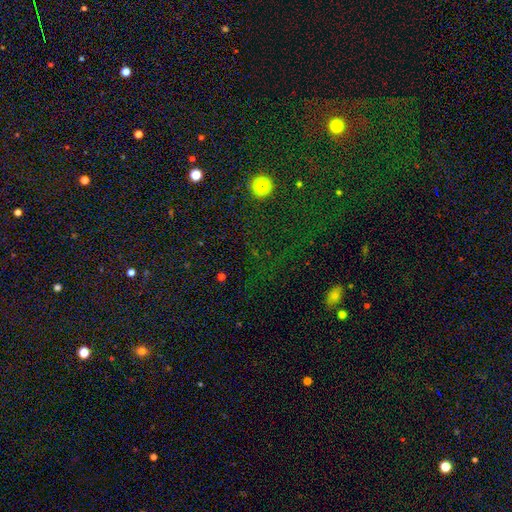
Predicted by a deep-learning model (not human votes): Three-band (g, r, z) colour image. It shows a star or artifact, not a galaxy (69%).